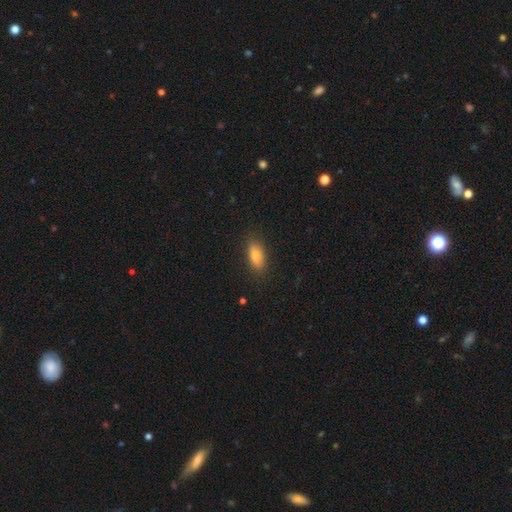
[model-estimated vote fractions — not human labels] smooth 77%, featured or disk 15%, star or artifact 8%. Down the decision tree: how rounded — in between (81%); merging — none (86%).